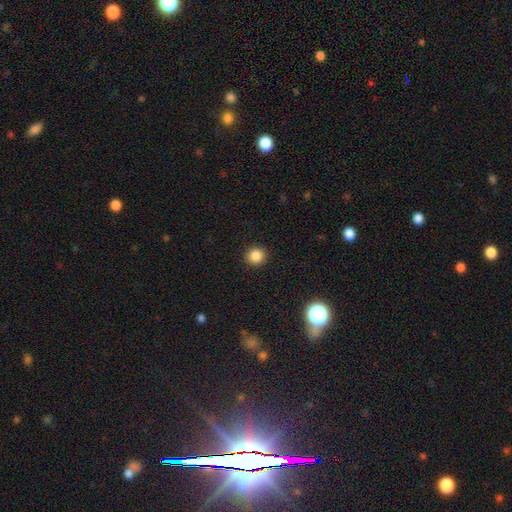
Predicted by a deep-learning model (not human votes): Smooth or featured? smooth (85%)
How rounded? round (92%)
Merging? none (92%)